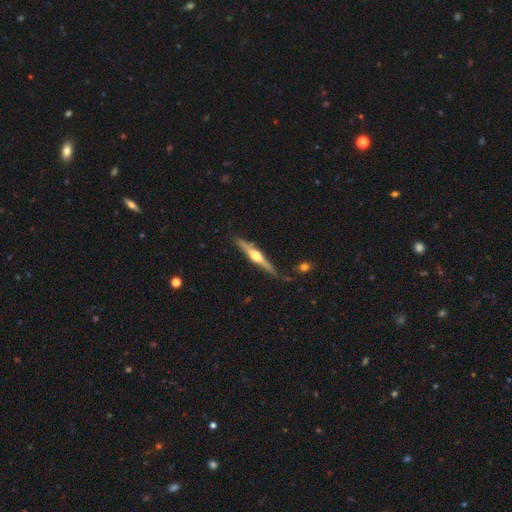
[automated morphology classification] This appears to be a featured or disk galaxy (73%) viewed edge-on (97%) with a rounded central bulge (92%). Merging: none (75%).